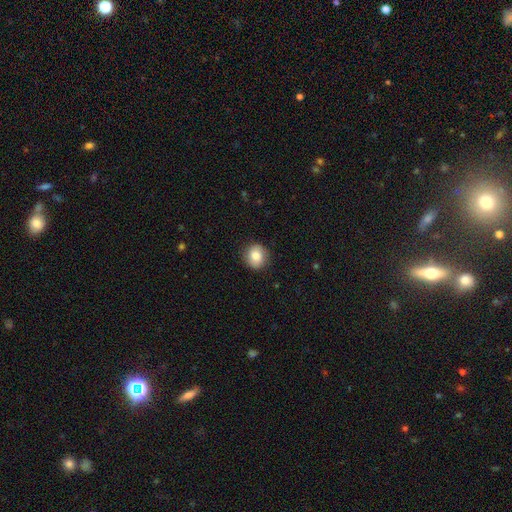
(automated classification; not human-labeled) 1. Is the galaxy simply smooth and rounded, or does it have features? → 79% smooth, 12% featured or disk, 9% star or artifact.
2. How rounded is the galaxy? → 85% round, 14% in between, 1% cigar-shaped.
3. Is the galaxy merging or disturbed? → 87% none, 9% minor disturbance, 2% major disturbance, 1% merger.